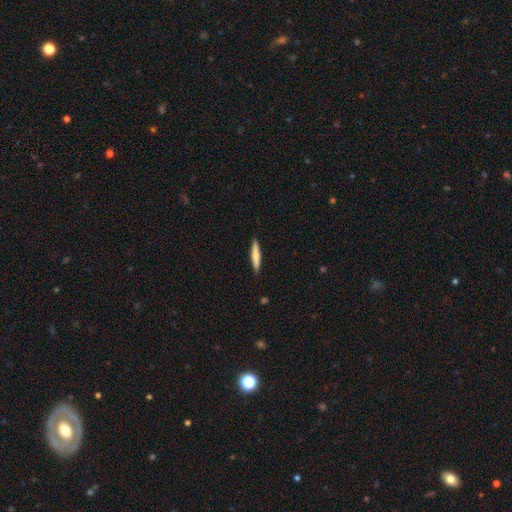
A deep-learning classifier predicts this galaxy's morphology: This is likely a smooth galaxy (67%). How rounded: clearly cigar-shaped (91%). Merging: clearly none (90%).